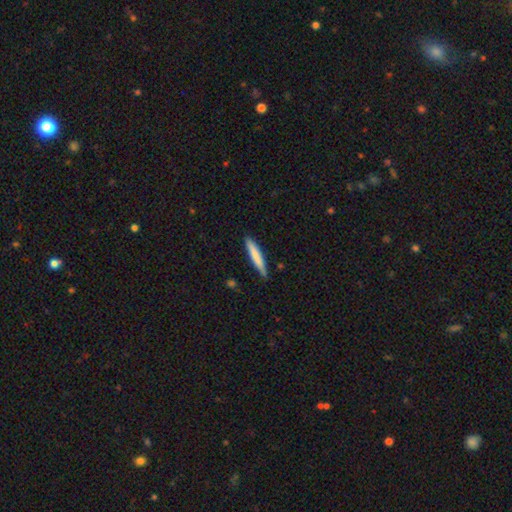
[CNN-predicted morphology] smooth 76%, featured or disk 19%, star or artifact 6%. Down the decision tree: how rounded — cigar-shaped (92%); merging — none (84%).